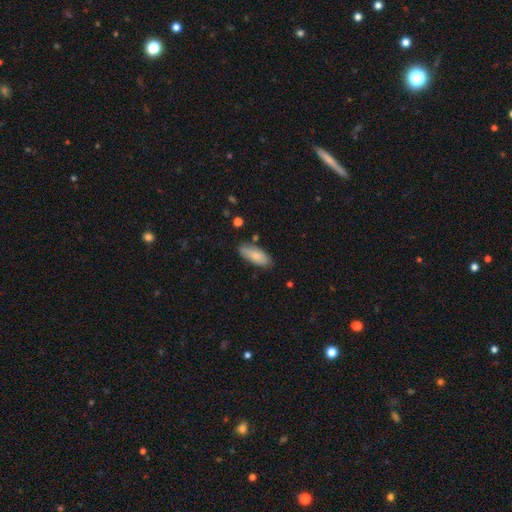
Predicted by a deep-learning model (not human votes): Overall: smooth (80%). How rounded: in between (80%). Merging: none (77%).